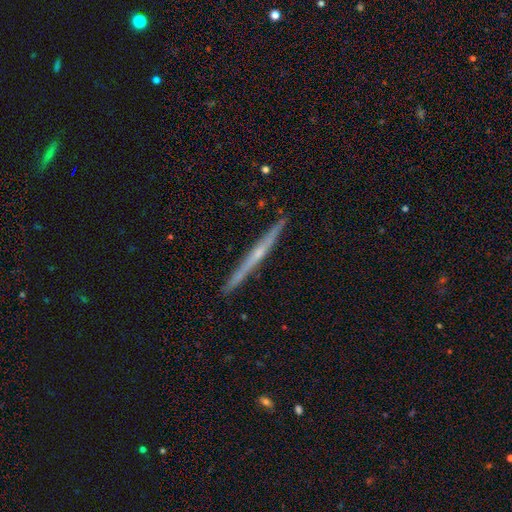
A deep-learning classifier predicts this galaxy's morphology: A featured or disk galaxy (74%) viewed edge-on (98%) with a rounded central bulge (55%). Merging: none (91%).